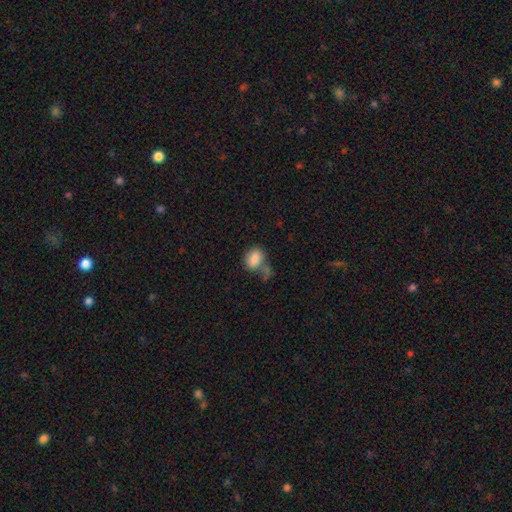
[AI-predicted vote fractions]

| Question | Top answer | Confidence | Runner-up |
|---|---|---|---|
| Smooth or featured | smooth | 81% | featured or disk (10%) |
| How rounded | in between | 66% | round (32%) |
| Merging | none | 44% | merger (22%) |